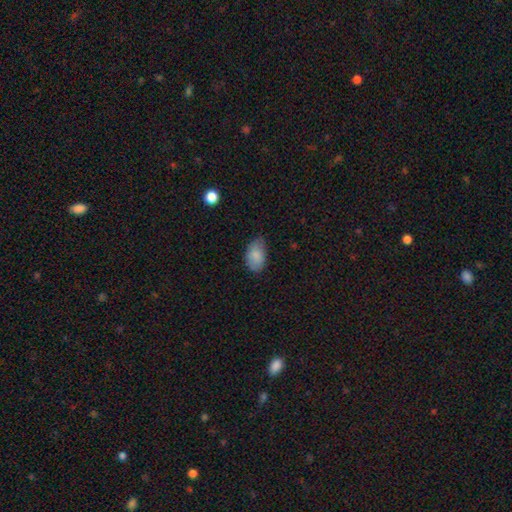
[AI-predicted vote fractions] A smooth galaxy with no disk features (86%) that is in between round and cigar-shaped (92%). Merging: none (66%).